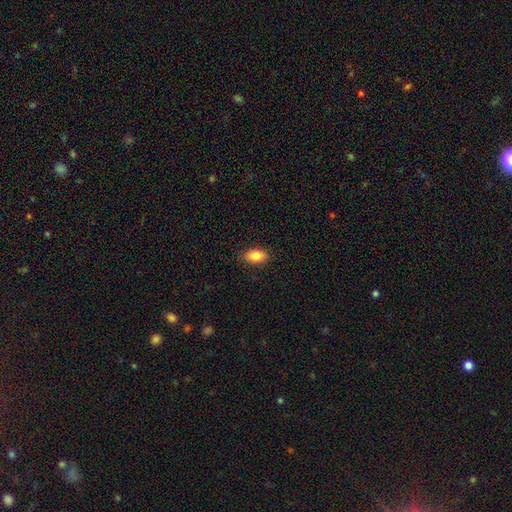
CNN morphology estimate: Smooth or featured?
  - smooth: 86% *
  - star or artifact: 8%
  - featured or disk: 7%
How rounded?
  - in between: 91% *
  - round: 7%
  - cigar-shaped: 3%
Merging?
  - none: 87% *
  - minor disturbance: 10%
  - major disturbance: 2%
  - merger: 1%